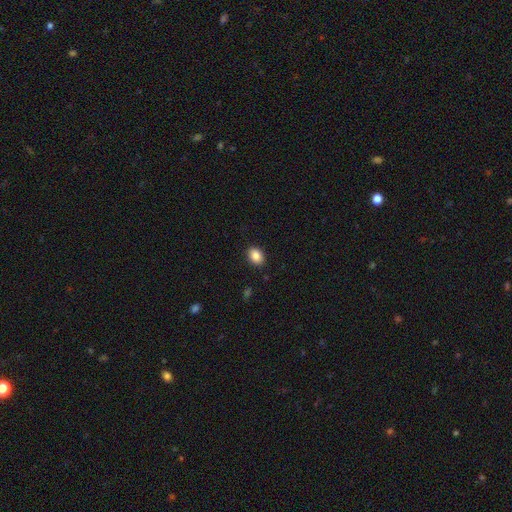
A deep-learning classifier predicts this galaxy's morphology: Q: Smooth or featured?
A: smooth (87%); runner-up: star or artifact (8%)
Q: How rounded?
A: in between (68%); runner-up: round (31%)
Q: Merging?
A: none (90%); runner-up: minor disturbance (7%)